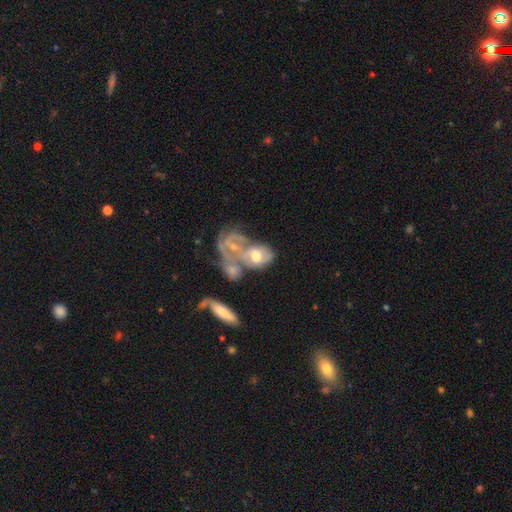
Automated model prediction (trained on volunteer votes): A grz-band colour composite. It shows a featured or disk galaxy (63%) with no bar (69%), spiral arms (63%) and a moderate central bulge (58%). Merging: merger (64%).